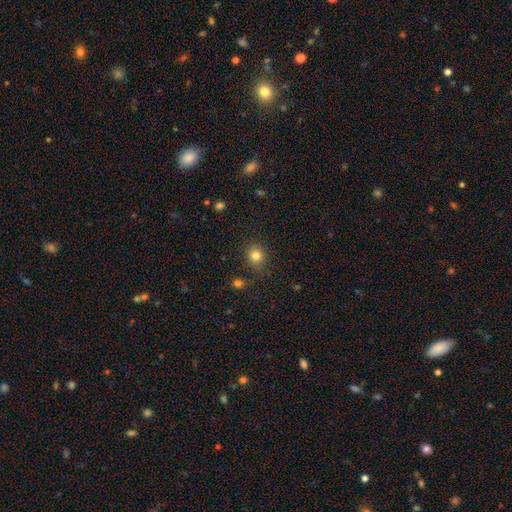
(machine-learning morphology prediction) This is clearly a smooth galaxy (82%). How rounded: likely round (78%). Merging: clearly none (83%).